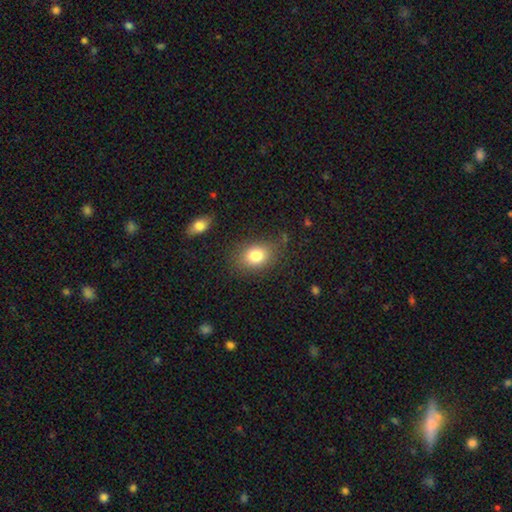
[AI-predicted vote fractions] Smooth or featured?
  - smooth: 81% *
  - star or artifact: 10%
  - featured or disk: 9%
How rounded?
  - in between: 64% *
  - round: 34%
  - cigar-shaped: 1%
Merging?
  - none: 78% *
  - minor disturbance: 15%
  - major disturbance: 5%
  - merger: 3%